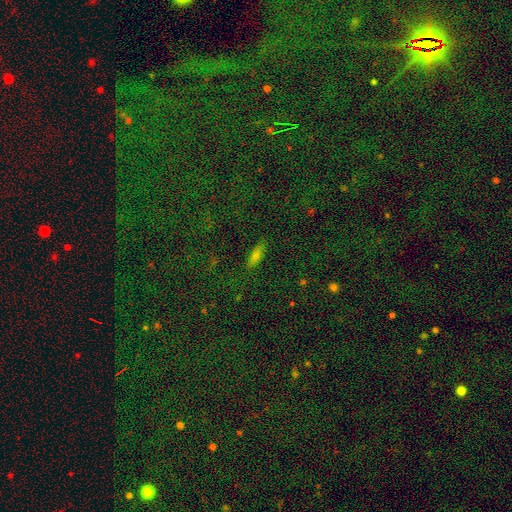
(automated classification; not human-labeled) smooth-or-featured: smooth: 62% | star or artifact: 19% | featured or disk: 18%
  how-rounded: in between: 53% | cigar-shaped: 42% | round: 5%
  merging: none: 86% | minor disturbance: 10% | major disturbance: 3% | merger: 1%